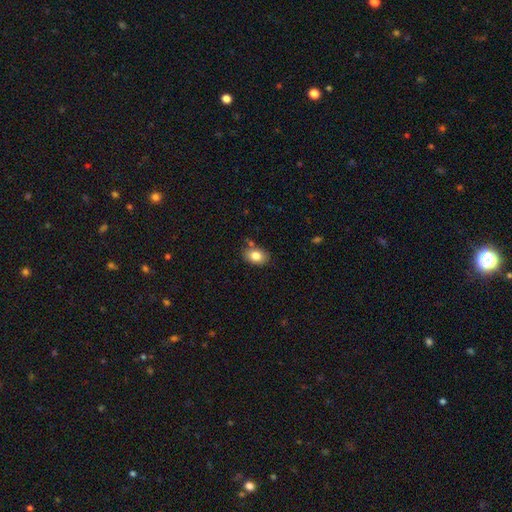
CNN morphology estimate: A smooth galaxy with no disk features (82%) that is in between round and cigar-shaped (77%).

Vote fractions:
- Smooth or featured? smooth: 82% / featured or disk: 9% / star or artifact: 9%
- How rounded? in between: 77% / round: 22% / cigar-shaped: 1%
- Merging? none: 77% / minor disturbance: 14% / merger: 6% / major disturbance: 3%